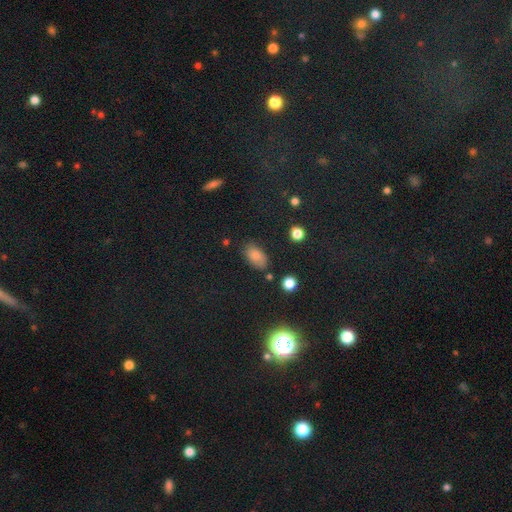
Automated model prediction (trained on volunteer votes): This is likely a smooth galaxy (79%). How rounded: clearly in between (90%). Merging: likely none (73%).